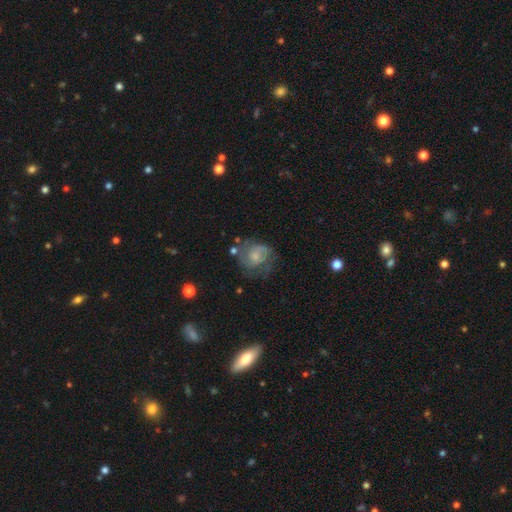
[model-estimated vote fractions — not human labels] The model was most divided on "bulge size": moderate: 37%, small: 36%, none: 17%, large: 8%, dominant: 2%. More confident: edge-on disk — no (98%); spiral arms — yes (80%); bar — no (68%); smooth or featured — featured or disk (62%); merging — none (51%).